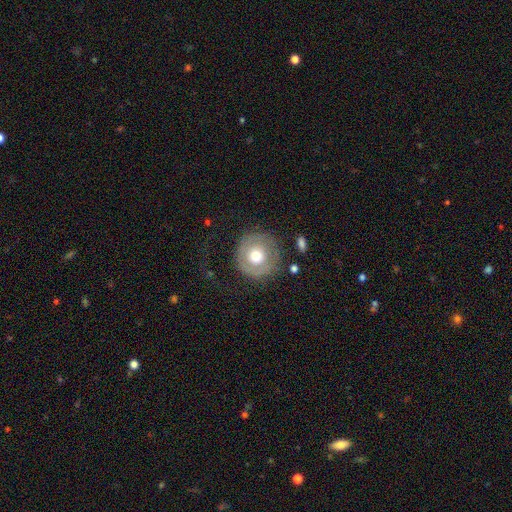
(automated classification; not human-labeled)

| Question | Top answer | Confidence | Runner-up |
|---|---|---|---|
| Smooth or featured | smooth | 51% | featured or disk (42%) |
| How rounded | round | 93% | in between (6%) |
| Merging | none | 74% | minor disturbance (15%) |